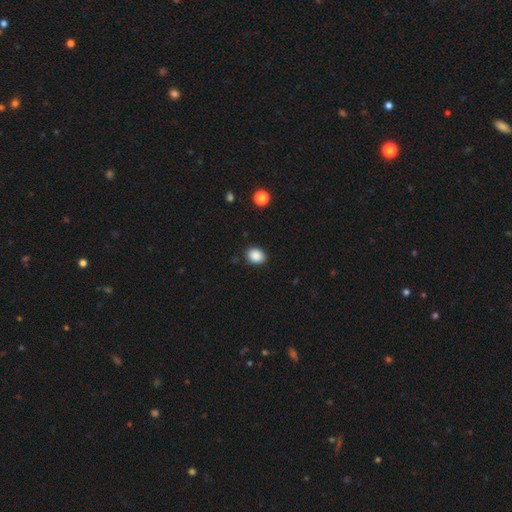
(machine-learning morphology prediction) smooth-or-featured: smooth: 88% | star or artifact: 9% | featured or disk: 3%
  how-rounded: in between: 54% | round: 45% | cigar-shaped: 1%
  merging: none: 87% | minor disturbance: 10% | major disturbance: 2% | merger: 1%